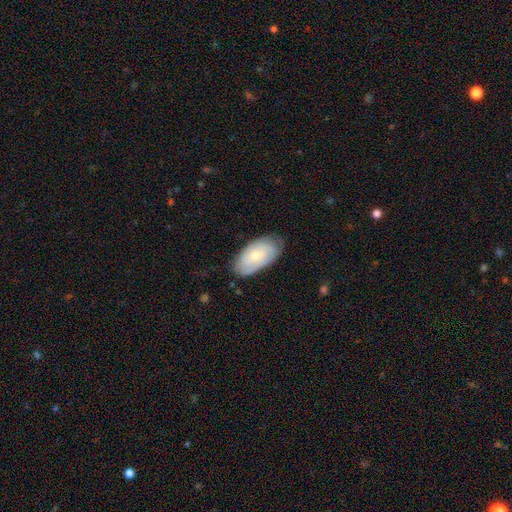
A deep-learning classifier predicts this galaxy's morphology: The model was most divided on "smooth or featured": smooth: 50%, featured or disk: 43%, star or artifact: 7%. More confident: merging — none (77%).